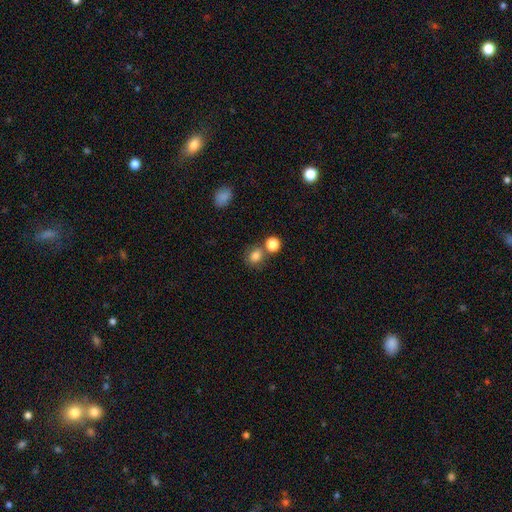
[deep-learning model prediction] smooth_or_featured: smooth (p=0.81) [alt: star or artifact p=0.13]
how_rounded: round (p=0.71) [alt: in between p=0.28]
merging: none (p=0.62) [alt: merger p=0.23]